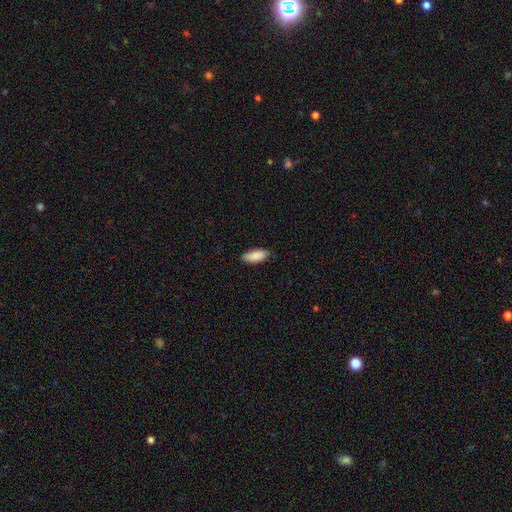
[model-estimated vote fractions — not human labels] Q: Smooth or featured?
A: smooth (89%); runner-up: star or artifact (6%)
Q: How rounded?
A: in between (83%); runner-up: cigar-shaped (15%)
Q: Merging?
A: none (85%); runner-up: minor disturbance (12%)